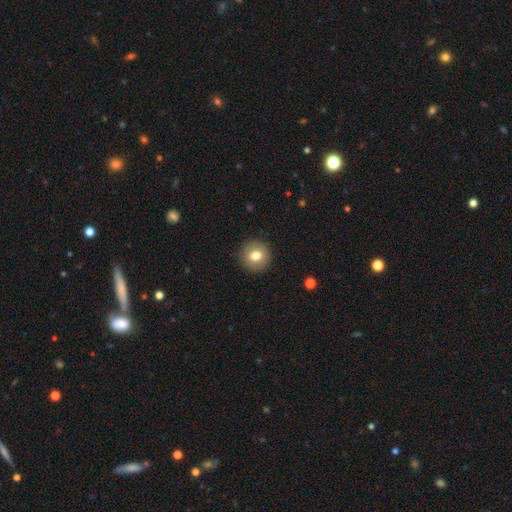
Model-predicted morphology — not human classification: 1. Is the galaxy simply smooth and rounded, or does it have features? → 78% smooth, 13% featured or disk, 9% star or artifact.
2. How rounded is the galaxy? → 93% round, 6% in between, 1% cigar-shaped.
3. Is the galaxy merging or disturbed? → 91% none, 6% minor disturbance, 2% major disturbance, 1% merger.